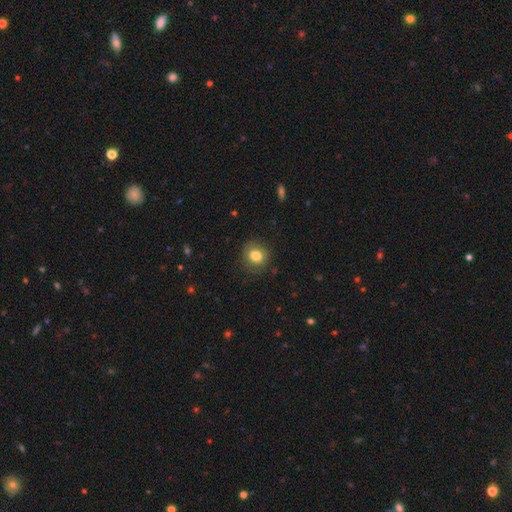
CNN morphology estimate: A smooth galaxy with no disk features (80%) that is round (72%).

Vote fractions:
- Smooth or featured? smooth: 80% / featured or disk: 11% / star or artifact: 10%
- How rounded? round: 72% / in between: 27% / cigar-shaped: 1%
- Merging? none: 83% / minor disturbance: 12% / major disturbance: 4% / merger: 1%